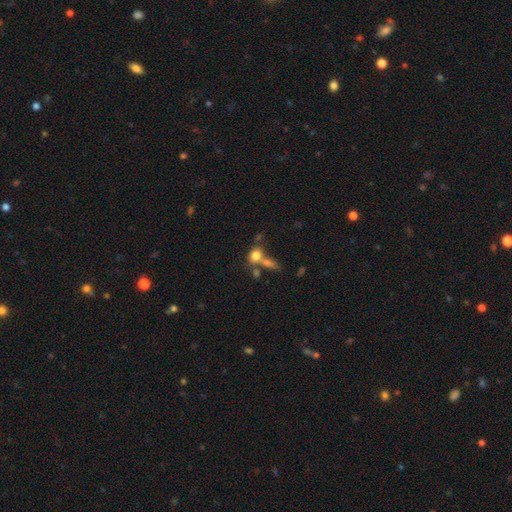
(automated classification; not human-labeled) This appears to be a smooth galaxy with no disk features (75%) that is in between round and cigar-shaped (49%). Merging: merger (45%).